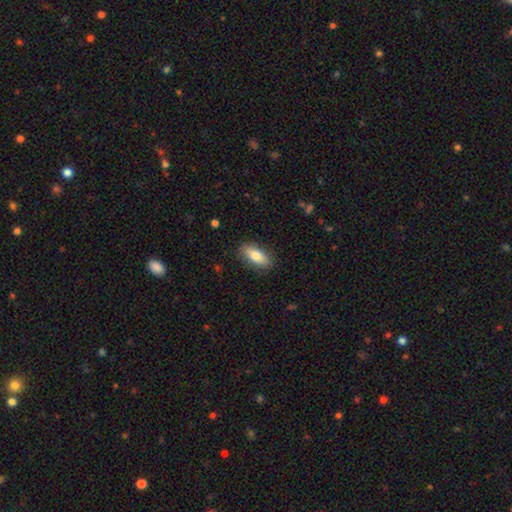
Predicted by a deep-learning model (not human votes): Overall: smooth (78%). How rounded: in between (81%). Merging: none (86%).